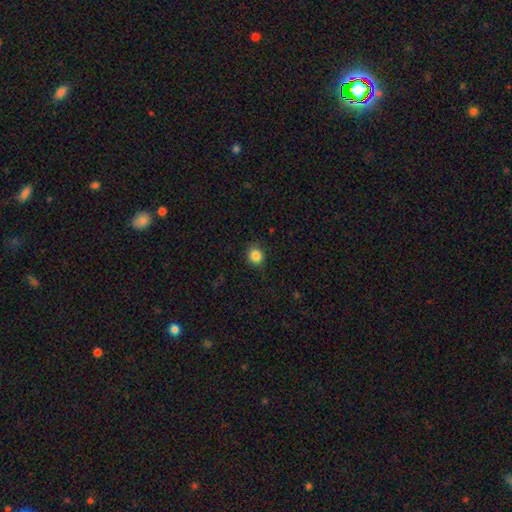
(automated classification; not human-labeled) Smooth or featured? Predicted: smooth (p=0.86). How rounded? Predicted: round (p=0.85). Merging? Predicted: none (p=0.88).